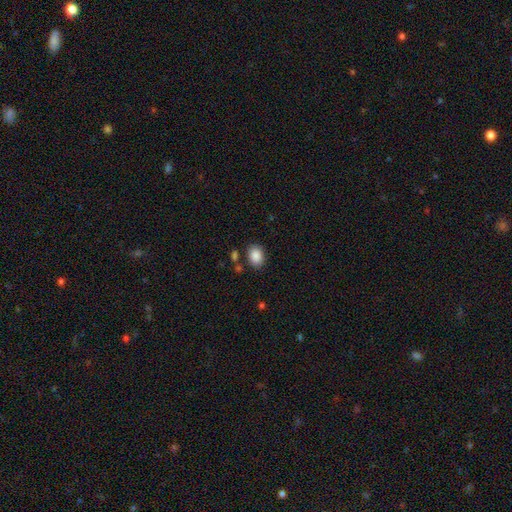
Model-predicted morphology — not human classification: Smooth or featured: smooth — 88% (star or artifact — 8%)
How rounded: in between — 70% (round — 29%)
Merging: none — 81% (minor disturbance — 11%)